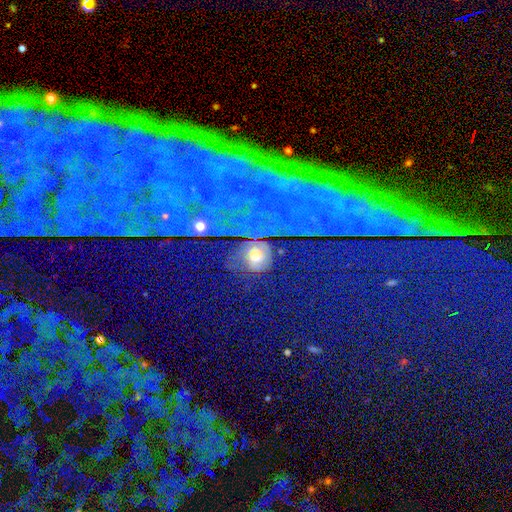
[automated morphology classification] Overall: smooth (42%; star or artifact 31%). Merging: none (56%; minor disturbance 21%).